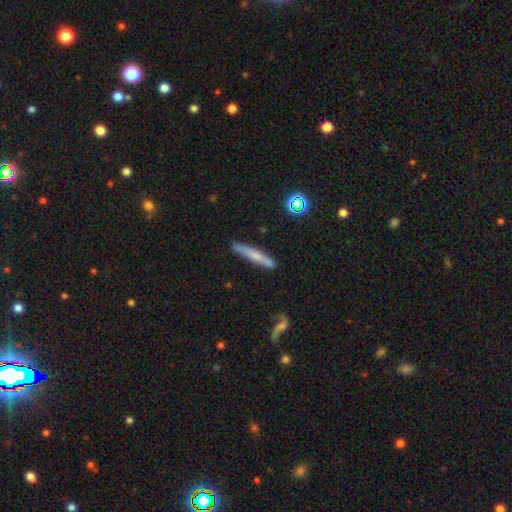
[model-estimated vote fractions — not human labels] Overall: smooth (51%; featured or disk 41%). How rounded: cigar-shaped (93%). Merging: none (79%).